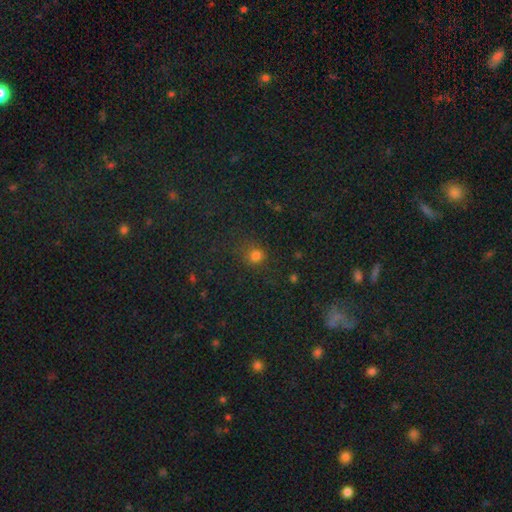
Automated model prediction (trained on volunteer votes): Smooth or featured? Predicted: smooth (p=0.71). How rounded? Predicted: round (p=0.78). Merging? Predicted: none (p=0.73).